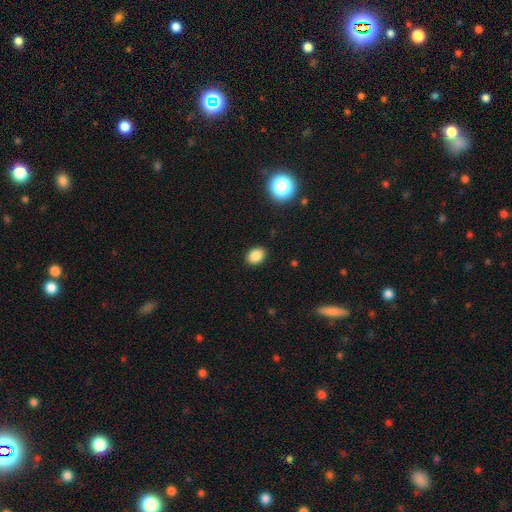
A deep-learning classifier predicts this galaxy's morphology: Smooth or featured?
  - smooth: 85% *
  - star or artifact: 10%
  - featured or disk: 4%
How rounded?
  - in between: 67% *
  - round: 32%
  - cigar-shaped: 1%
Merging?
  - none: 89% *
  - minor disturbance: 8%
  - major disturbance: 2%
  - merger: 1%